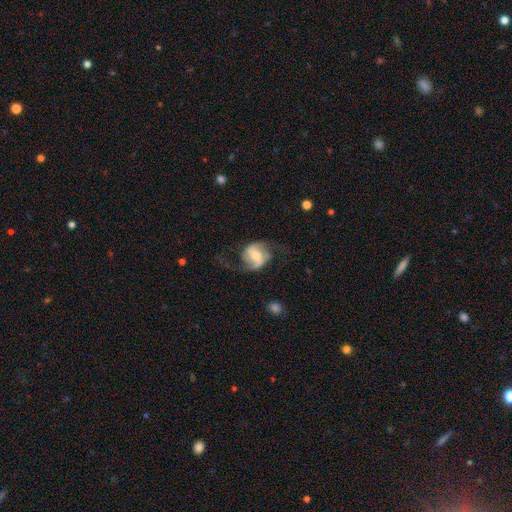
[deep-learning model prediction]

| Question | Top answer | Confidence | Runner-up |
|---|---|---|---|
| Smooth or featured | featured or disk | 77% | smooth (17%) |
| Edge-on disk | no | 97% | yes (3%) |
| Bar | weak | 44% | strong (28%) |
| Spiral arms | yes | 93% | no (7%) |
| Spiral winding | loose | 52% | medium (37%) |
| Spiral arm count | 2 | 87% | 1 (5%) |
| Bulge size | moderate | 52% | small (39%) |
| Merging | none | 61% | minor disturbance (19%) |